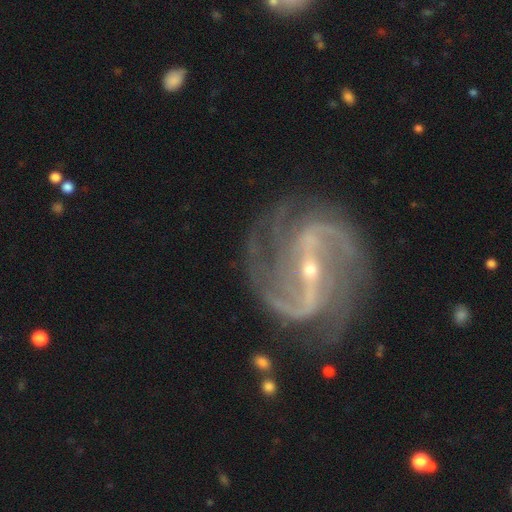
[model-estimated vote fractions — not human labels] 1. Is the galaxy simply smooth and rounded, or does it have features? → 93% featured or disk, 5% star or artifact, 2% smooth.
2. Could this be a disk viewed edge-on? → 97% no, 3% yes.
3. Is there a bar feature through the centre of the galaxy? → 67% strong, 23% weak, 10% no.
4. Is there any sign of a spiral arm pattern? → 98% yes, 2% no.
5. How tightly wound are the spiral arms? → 52% medium, 25% loose, 23% tight.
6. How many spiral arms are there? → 64% 2, 13% 3, 7% can't tell, 7% 4, 5% more than 4, 5% 1.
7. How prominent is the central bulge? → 81% small, 16% moderate, 1% none, 1% large, 1% dominant.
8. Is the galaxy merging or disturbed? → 73% none, 16% minor disturbance, 9% major disturbance, 2% merger.